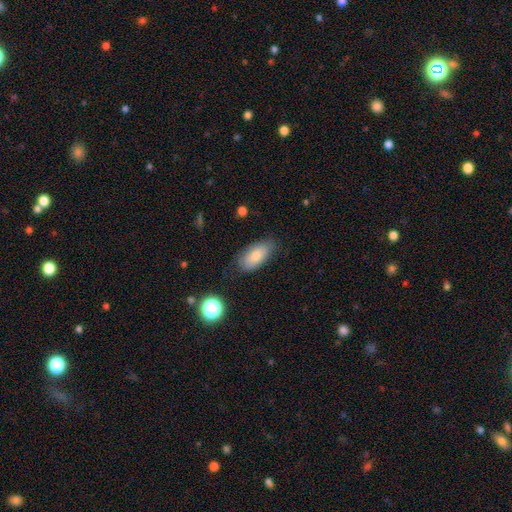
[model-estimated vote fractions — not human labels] Overall: smooth (73%). How rounded: in between (89%). Merging: none (76%).